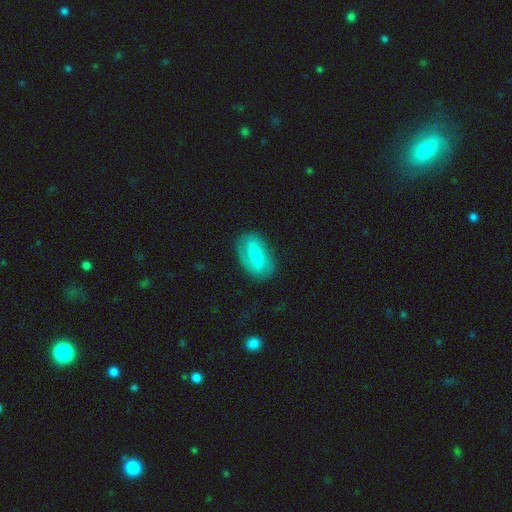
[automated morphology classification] Smooth or featured? Predicted: smooth (p=0.49). Merging? Predicted: none (p=0.75).